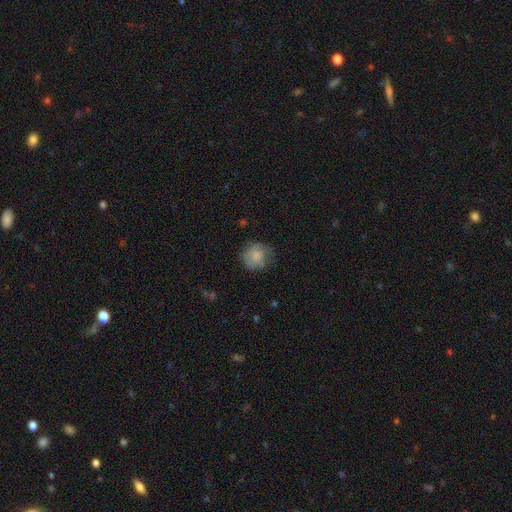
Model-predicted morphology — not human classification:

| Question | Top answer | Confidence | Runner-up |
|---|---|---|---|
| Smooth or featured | smooth | 74% | featured or disk (18%) |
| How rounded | round | 83% | in between (16%) |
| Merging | none | 62% | minor disturbance (25%) |